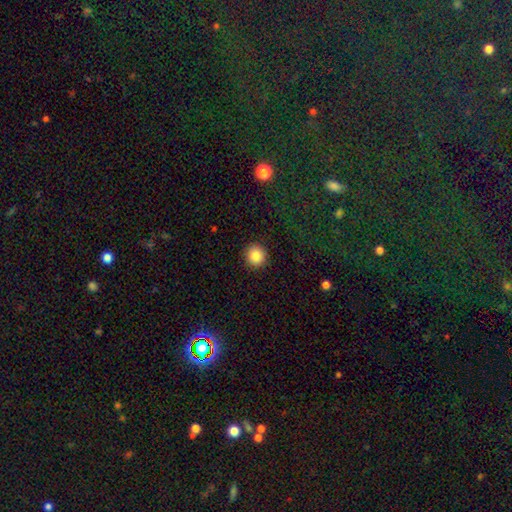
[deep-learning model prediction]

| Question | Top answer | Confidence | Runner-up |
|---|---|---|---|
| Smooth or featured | smooth | 85% | star or artifact (10%) |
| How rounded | round | 92% | in between (7%) |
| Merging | none | 92% | minor disturbance (5%) |